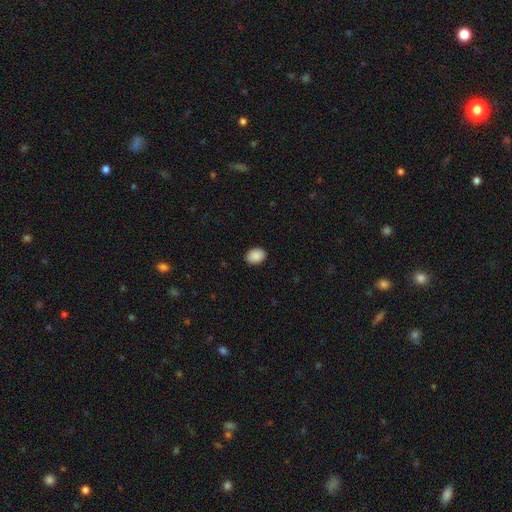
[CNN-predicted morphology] This appears to be a smooth galaxy with no disk features (90%) that is in between round and cigar-shaped (68%). Merging: none (90%).